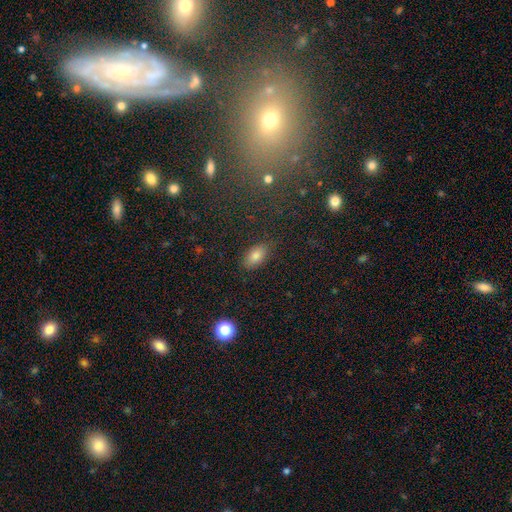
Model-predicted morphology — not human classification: A smooth galaxy with no disk features (81%) that is in between round and cigar-shaped (90%). Merging: none (86%).